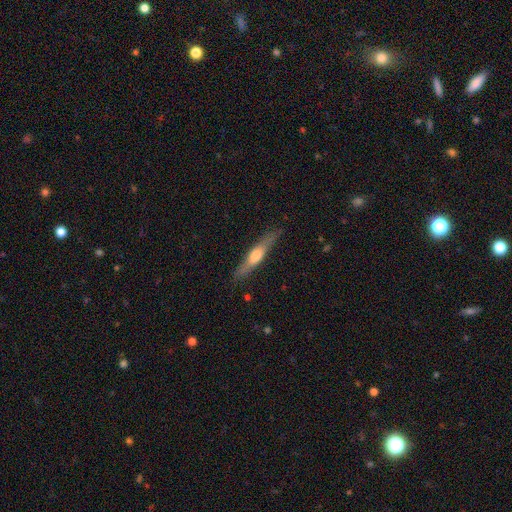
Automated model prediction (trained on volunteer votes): This appears to be a featured or disk galaxy (58%) viewed edge-on (94%) with a rounded central bulge (84%). Merging: none (85%).